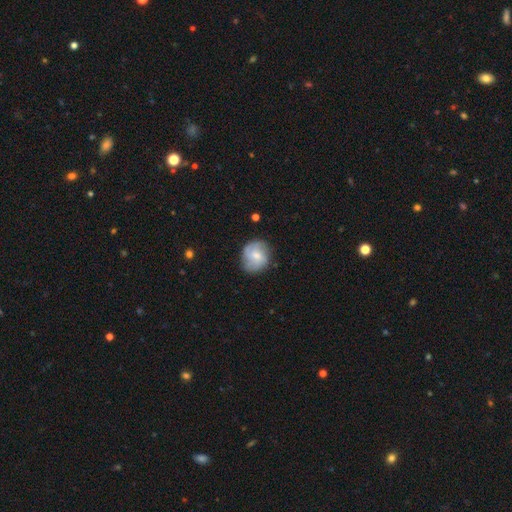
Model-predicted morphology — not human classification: smooth_or_featured: smooth (p=0.47) [alt: featured or disk p=0.46]
merging: none (p=0.73) [alt: minor disturbance p=0.20]